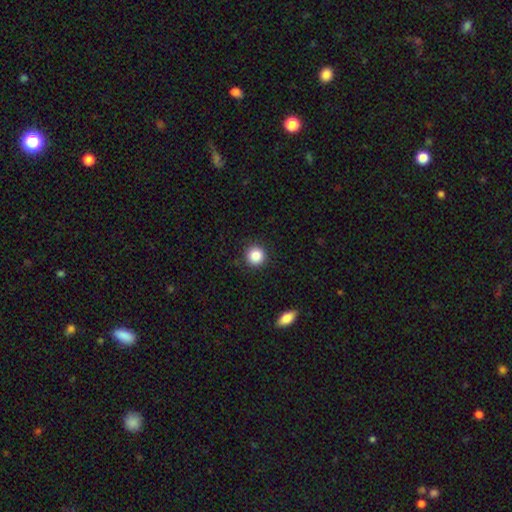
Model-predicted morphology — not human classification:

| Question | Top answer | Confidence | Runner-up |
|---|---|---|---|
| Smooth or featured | smooth | 86% | star or artifact (10%) |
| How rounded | round | 94% | in between (5%) |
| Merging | none | 91% | minor disturbance (6%) |